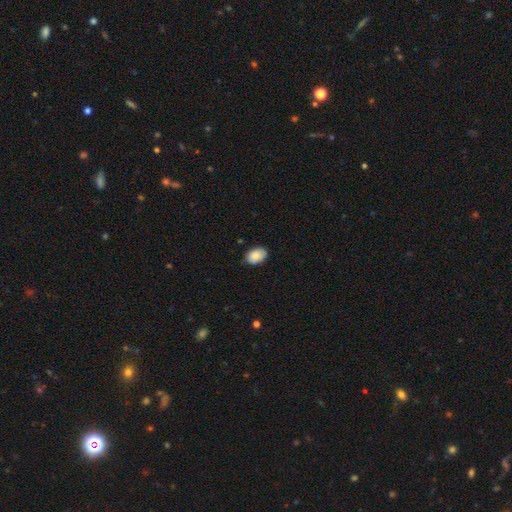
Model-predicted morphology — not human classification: The model was most divided on "how rounded": in between: 84%, round: 14%, cigar-shaped: 1%. More confident: smooth or featured — smooth (86%); merging — none (84%).